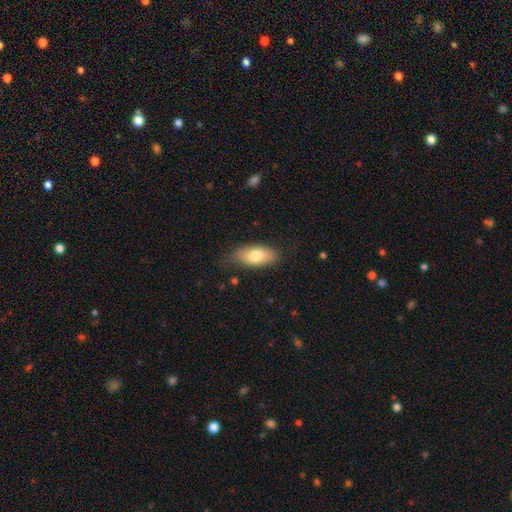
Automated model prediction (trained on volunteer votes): smooth_or_featured: smooth (p=0.75) [alt: featured or disk p=0.18]
how_rounded: in between (p=0.88) [alt: cigar-shaped p=0.08]
merging: none (p=0.77) [alt: minor disturbance p=0.18]